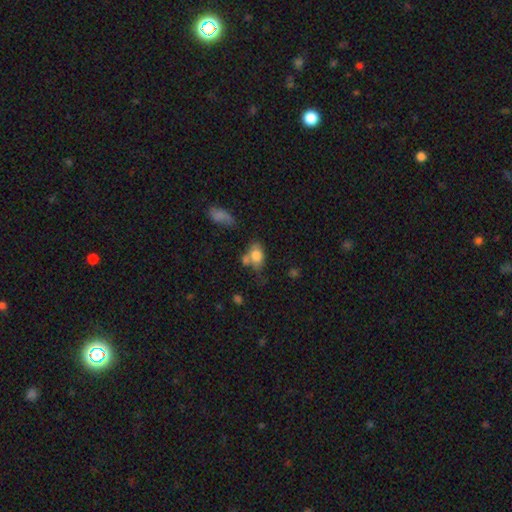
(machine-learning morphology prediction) This is likely a smooth galaxy (78%). How rounded: clearly in between (81%). Merging: marginally none (42%).